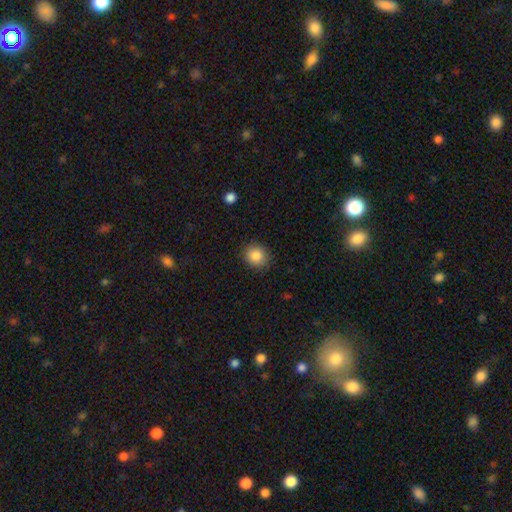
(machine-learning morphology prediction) smooth-or-featured: smooth: 86% | star or artifact: 9% | featured or disk: 5%
  how-rounded: round: 82% | in between: 17% | cigar-shaped: 1%
  merging: none: 88% | minor disturbance: 8% | major disturbance: 2% | merger: 1%